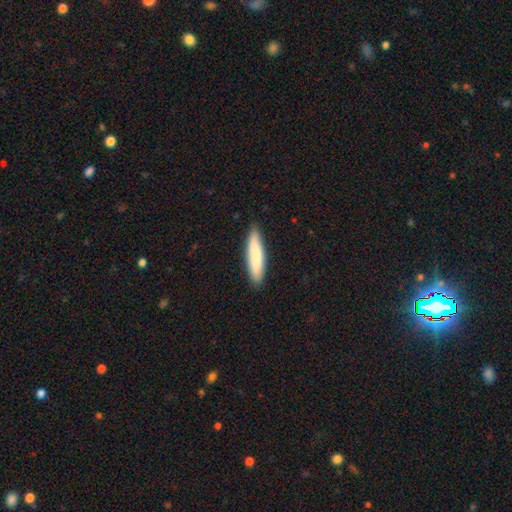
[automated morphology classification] type=smooth (81%); roundness=cigar-shaped (82%); merging=none (87%).